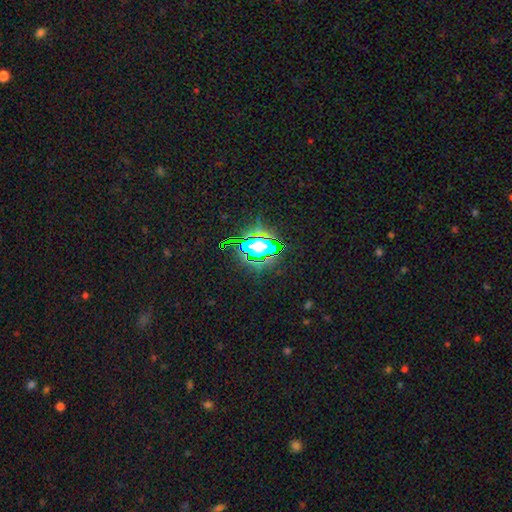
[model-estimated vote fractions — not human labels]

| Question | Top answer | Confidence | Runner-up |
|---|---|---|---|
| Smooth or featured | star or artifact | 71% | smooth (19%) |